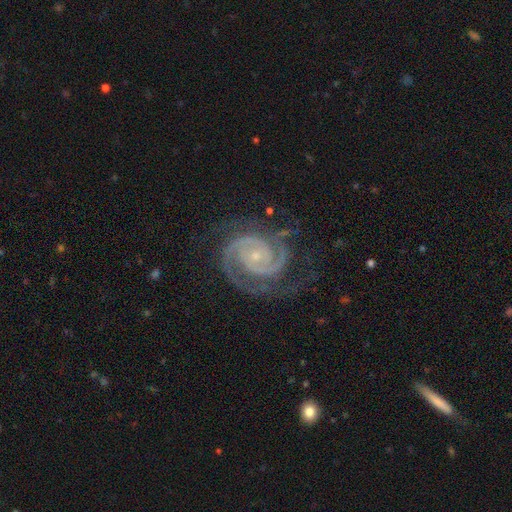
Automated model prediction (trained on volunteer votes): The model was most divided on "bar": no: 65%, weak: 24%, strong: 11%. More confident: spiral arms — yes (99%); edge-on disk — no (98%); smooth or featured — featured or disk (93%); bulge size — small (82%); spiral arm count — 2 (82%); merging — none (74%); spiral winding — tight (73%).